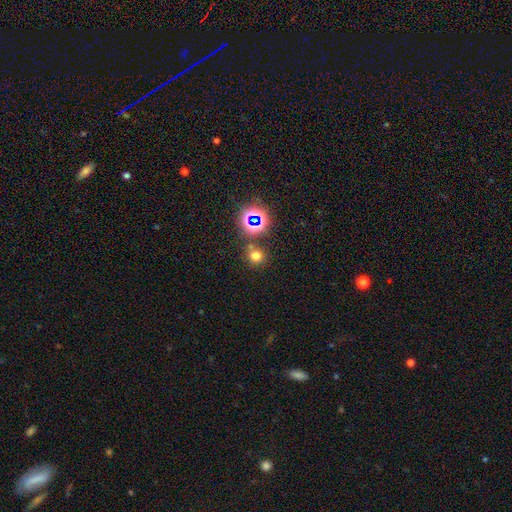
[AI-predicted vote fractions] This appears to be a smooth galaxy with no disk features (65%) that is round (88%). Merging: none (75%).